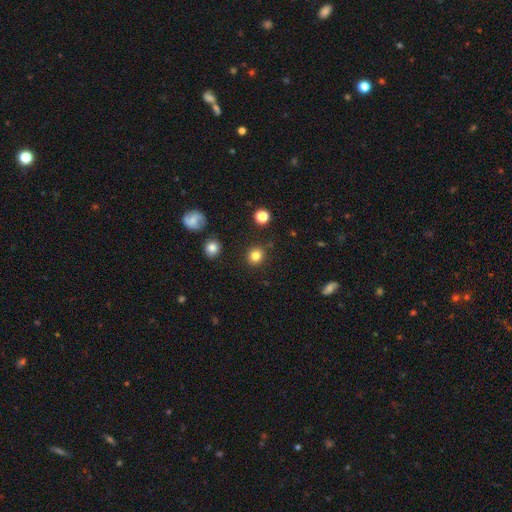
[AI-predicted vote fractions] Morphology: type=smooth (82%); roundness=round (87%); merging=none (88%).